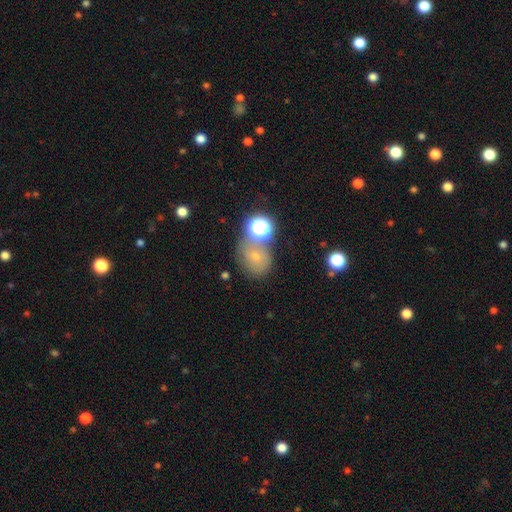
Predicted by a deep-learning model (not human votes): Smooth or featured? smooth (54%)
How rounded? round (62%)
Merging? none (58%)